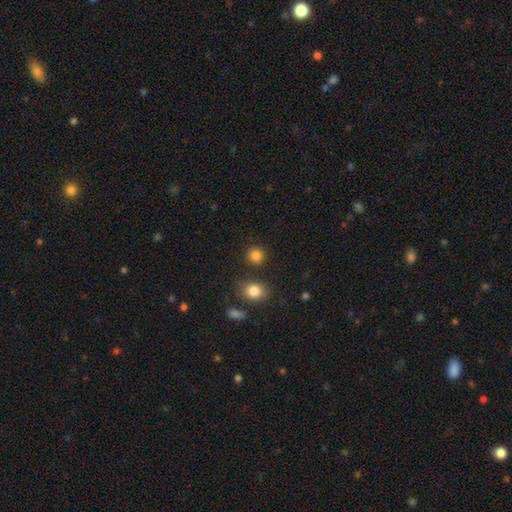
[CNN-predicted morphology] Smooth or featured? smooth (84%)
How rounded? round (89%)
Merging? none (86%)